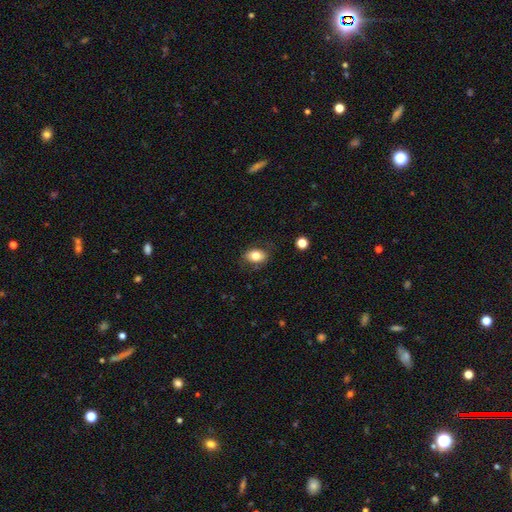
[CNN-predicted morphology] smooth 80%, featured or disk 12%, star or artifact 9%. Down the decision tree: how rounded — in between (80%); merging — none (78%).